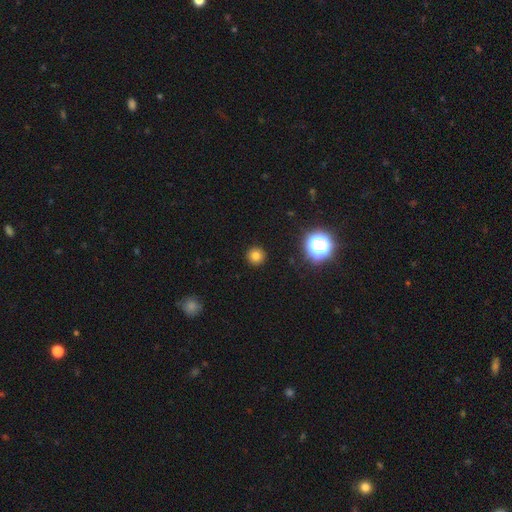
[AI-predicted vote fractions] Smooth or featured? smooth (78%)
How rounded? round (95%)
Merging? none (92%)